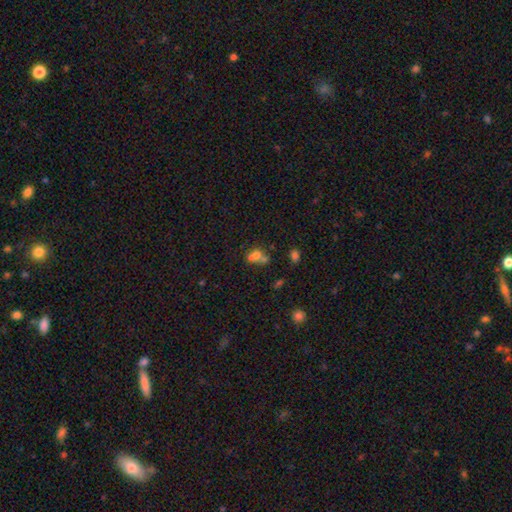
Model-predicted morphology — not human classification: type=smooth (63%); roundness=round (57%); merging=merger (60%).